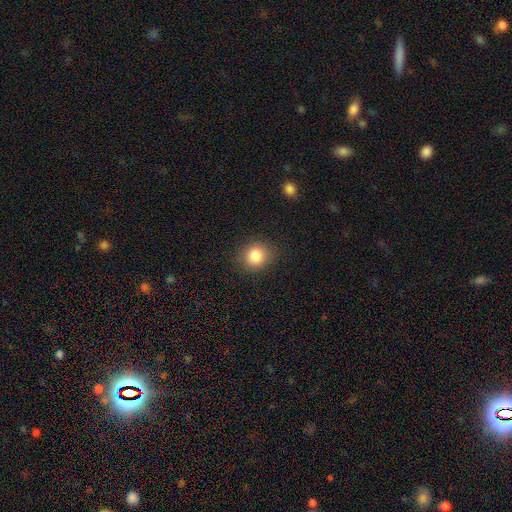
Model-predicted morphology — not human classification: Smooth or featured?
  - smooth: 84% *
  - star or artifact: 10%
  - featured or disk: 6%
How rounded?
  - round: 76% *
  - in between: 23%
  - cigar-shaped: 1%
Merging?
  - none: 86% *
  - minor disturbance: 10%
  - major disturbance: 3%
  - merger: 1%